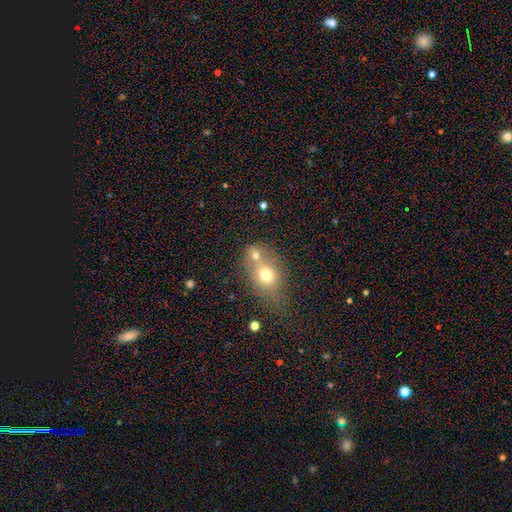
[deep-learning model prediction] This is likely a smooth galaxy (66%). How rounded: possibly in between (51%). Merging: possibly merger (48%).